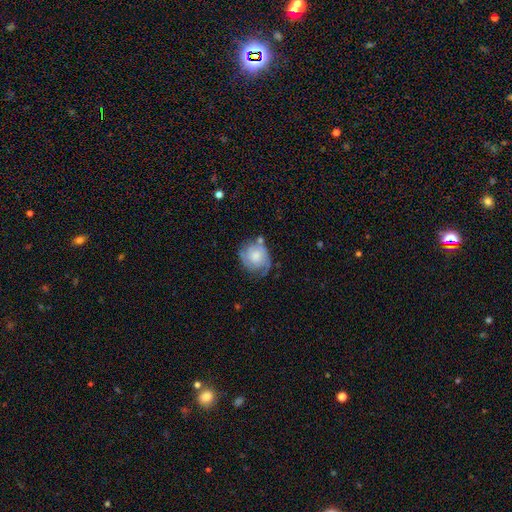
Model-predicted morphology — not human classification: This appears to be a featured or disk galaxy (51%). Merging: none (50%).